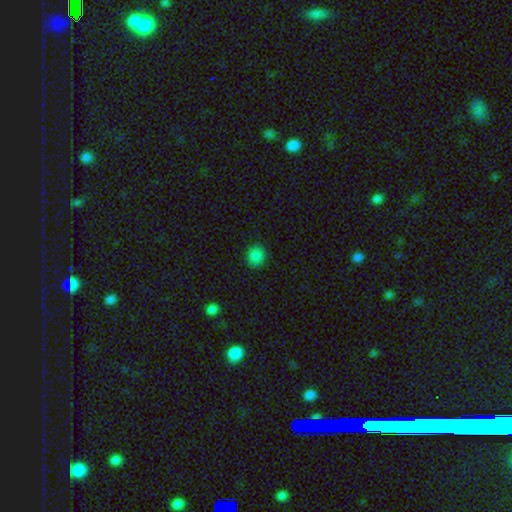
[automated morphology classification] Q: Smooth or featured?
A: smooth (86%); runner-up: star or artifact (11%)
Q: How rounded?
A: round (82%); runner-up: in between (17%)
Q: Merging?
A: none (90%); runner-up: minor disturbance (7%)